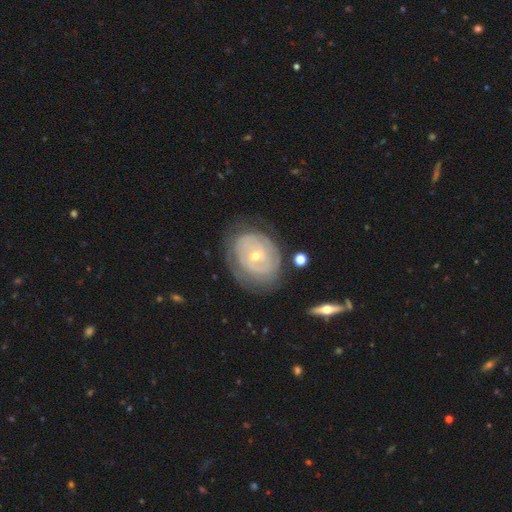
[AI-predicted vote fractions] Smooth or featured?
  - featured or disk: 77% *
  - smooth: 17%
  - star or artifact: 6%
Edge-on disk?
  - no: 95% *
  - yes: 5%
Bar?
  - no: 65% *
  - weak: 26%
  - strong: 9%
Spiral arms?
  - yes: 70% *
  - no: 30%
Spiral winding?
  - tight: 77% *
  - medium: 16%
  - loose: 7%
Spiral arm count?
  - can't tell: 53% *
  - 2: 26%
  - 3: 8%
  - 1: 5%
  - 4: 5%
  - more than 4: 3%
Bulge size?
  - small: 62% *
  - moderate: 35%
  - large: 1%
  - none: 1%
  - dominant: 1%
Merging?
  - none: 70% *
  - minor disturbance: 18%
  - major disturbance: 9%
  - merger: 2%